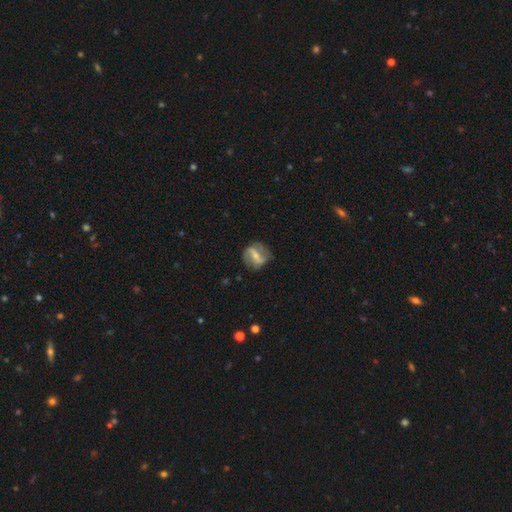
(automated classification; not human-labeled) featured or disk 73%, smooth 21%, star or artifact 7%. Down the decision tree: edge-on disk — no (95%); bar — strong (55%); spiral arms — yes (82%); spiral arm count — 2 (85%); spiral winding — loose (42%); bulge size — small (52%); merging — none (73%).